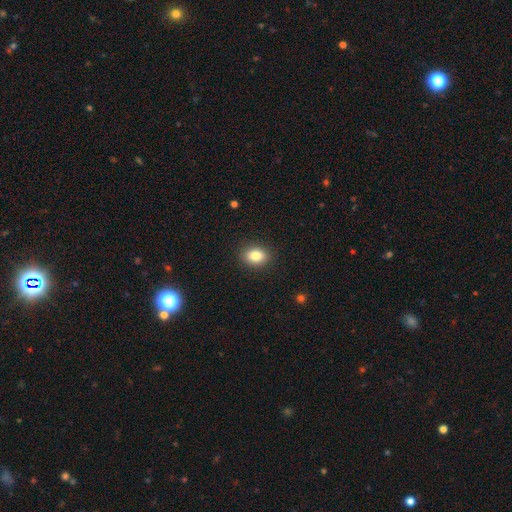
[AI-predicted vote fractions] A smooth galaxy with no disk features (84%) that is in between round and cigar-shaped (62%).

Vote fractions:
- Smooth or featured? smooth: 84% / star or artifact: 9% / featured or disk: 7%
- How rounded? in between: 62% / round: 37% / cigar-shaped: 1%
- Merging? none: 89% / minor disturbance: 7% / major disturbance: 2% / merger: 1%